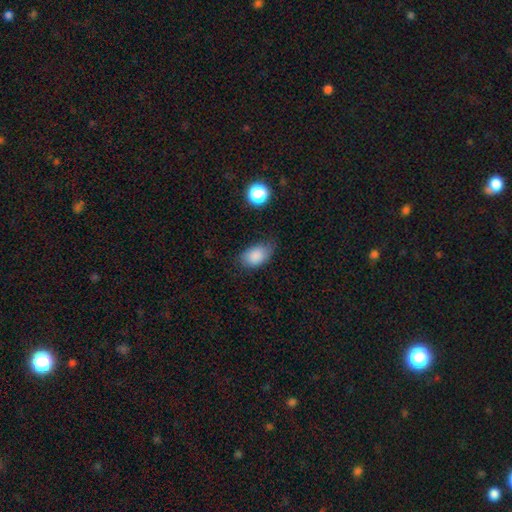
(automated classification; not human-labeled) Smooth or featured: smooth — 84% (star or artifact — 9%)
How rounded: in between — 87% (round — 11%)
Merging: none — 62% (minor disturbance — 29%)